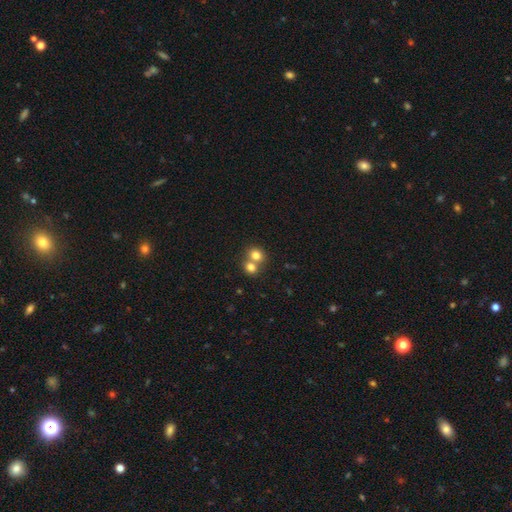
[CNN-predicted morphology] Smooth or featured?
  - smooth: 78% *
  - star or artifact: 11%
  - featured or disk: 11%
How rounded?
  - round: 76% *
  - in between: 23%
  - cigar-shaped: 1%
Merging?
  - merger: 57% *
  - none: 37%
  - minor disturbance: 5%
  - major disturbance: 2%